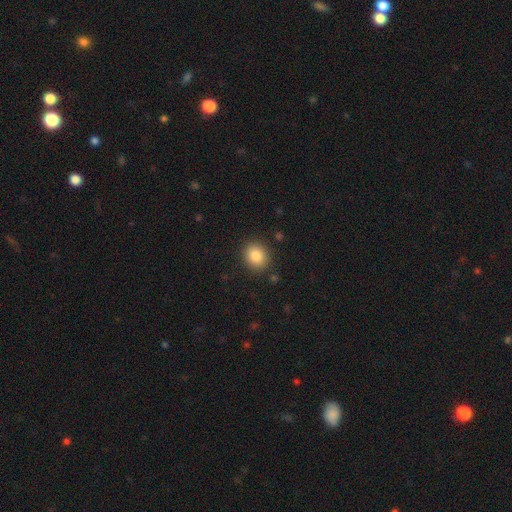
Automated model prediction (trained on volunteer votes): Overall: smooth (84%). How rounded: round (70%). Merging: none (88%).